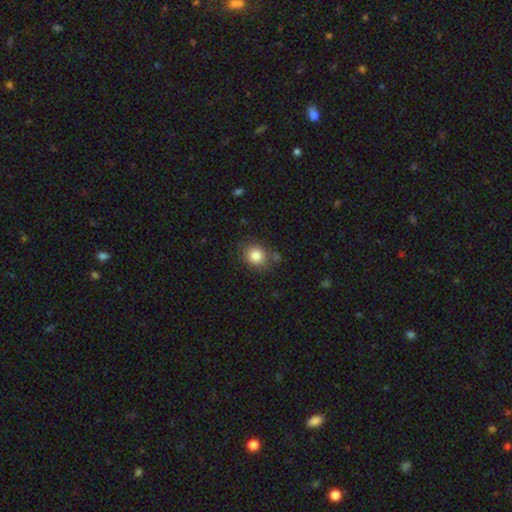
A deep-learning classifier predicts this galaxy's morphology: This appears to be a smooth galaxy with no disk features (84%) that is round (70%). Merging: none (77%).